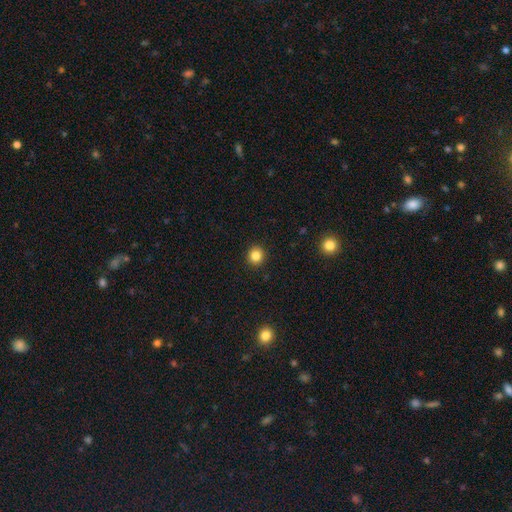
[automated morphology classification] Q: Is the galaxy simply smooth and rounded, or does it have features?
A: smooth — 84%.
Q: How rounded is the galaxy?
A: round — 90%.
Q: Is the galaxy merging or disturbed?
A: none — 92%.